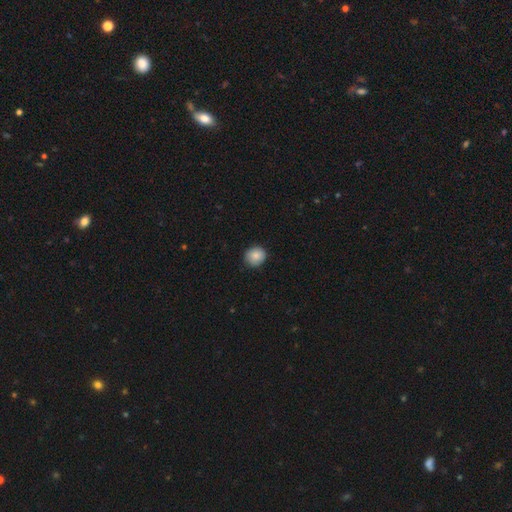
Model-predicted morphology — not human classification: smooth_or_featured: smooth (p=0.86) [alt: star or artifact p=0.08]
how_rounded: round (p=0.86) [alt: in between p=0.13]
merging: none (p=0.84) [alt: minor disturbance p=0.13]